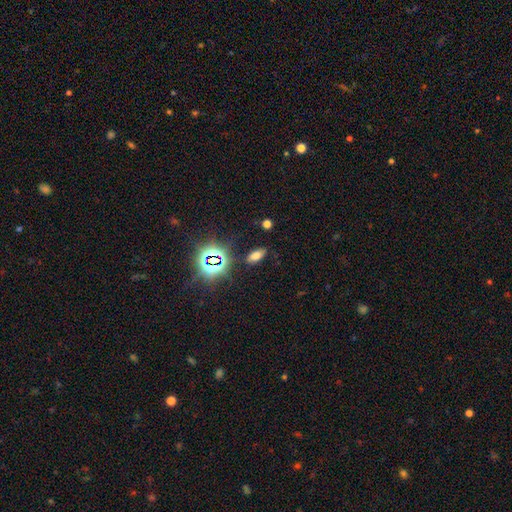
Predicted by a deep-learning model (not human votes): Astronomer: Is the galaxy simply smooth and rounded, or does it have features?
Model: smooth — 61%.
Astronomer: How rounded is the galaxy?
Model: in between — 84%.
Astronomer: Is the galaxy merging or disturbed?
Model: none — 83%.